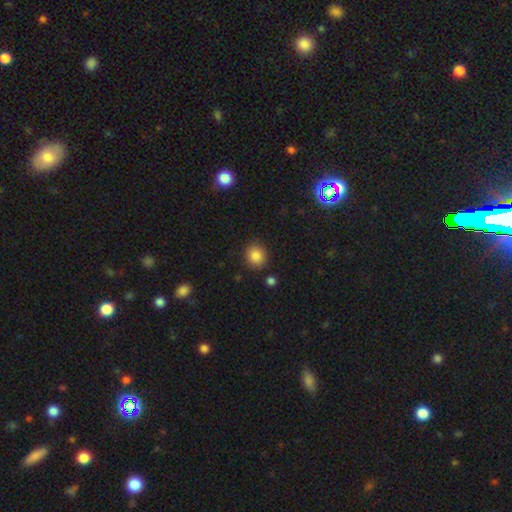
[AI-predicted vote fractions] Smooth or featured?
  - smooth: 85% *
  - star or artifact: 10%
  - featured or disk: 5%
How rounded?
  - round: 83% *
  - in between: 16%
  - cigar-shaped: 1%
Merging?
  - none: 88% *
  - minor disturbance: 8%
  - major disturbance: 2%
  - merger: 2%